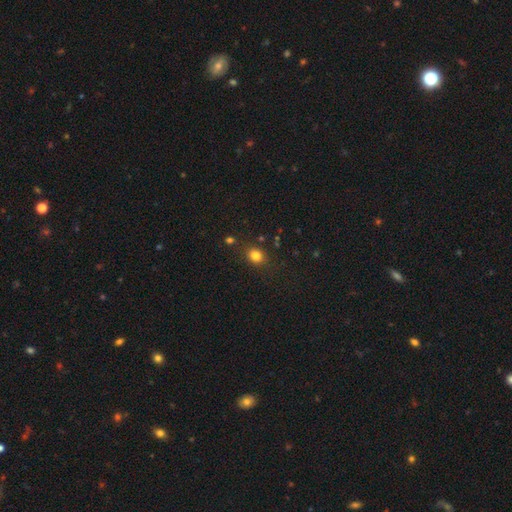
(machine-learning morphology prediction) This appears to be a smooth galaxy with no disk features (82%) that is round (58%). Merging: none (82%).